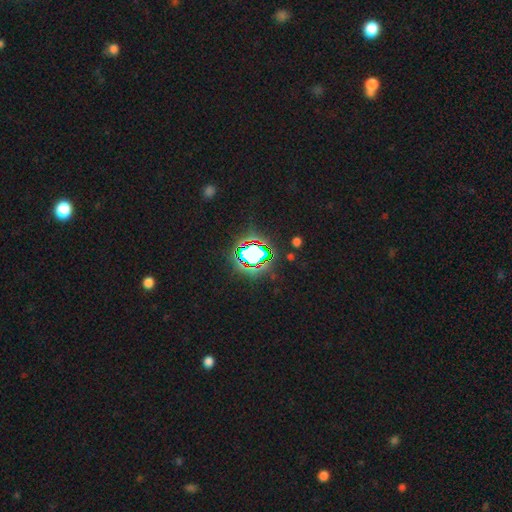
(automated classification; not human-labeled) Smooth or featured: star or artifact — 68% (smooth — 20%)